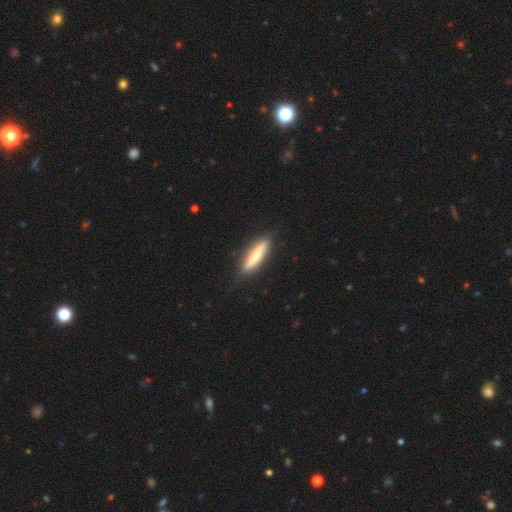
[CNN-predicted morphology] Overall: smooth (69%). How rounded: cigar-shaped (81%). Merging: none (83%).